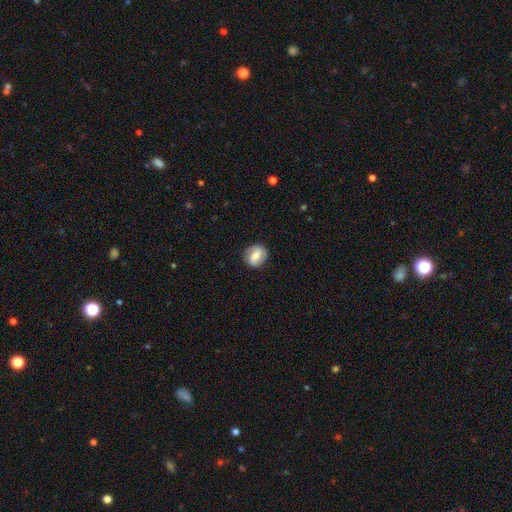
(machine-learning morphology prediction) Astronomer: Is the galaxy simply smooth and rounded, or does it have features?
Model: smooth — 60%.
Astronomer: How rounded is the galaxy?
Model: round — 68%.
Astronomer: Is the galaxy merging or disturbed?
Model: none — 84%.